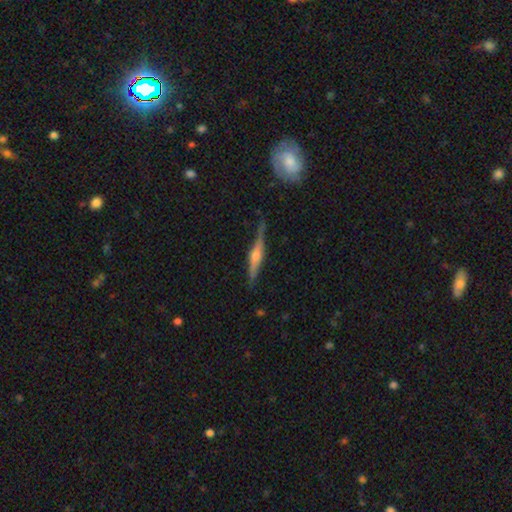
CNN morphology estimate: A featured or disk galaxy (74%) viewed edge-on (97%) with a rounded central bulge (80%). Merging: none (79%).